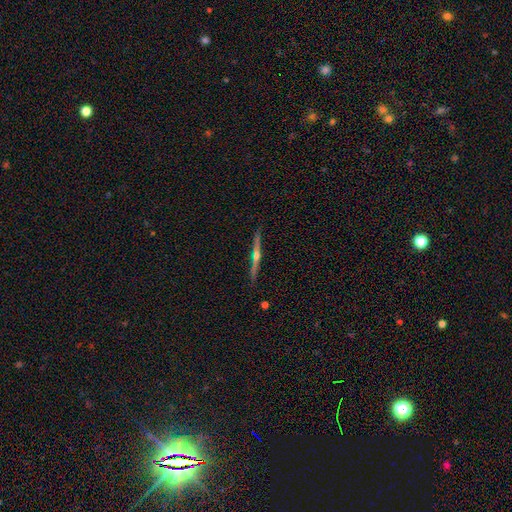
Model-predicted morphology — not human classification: This appears to be a featured or disk galaxy (75%) viewed edge-on (98%) with a rounded central bulge (87%). Merging: none (89%).